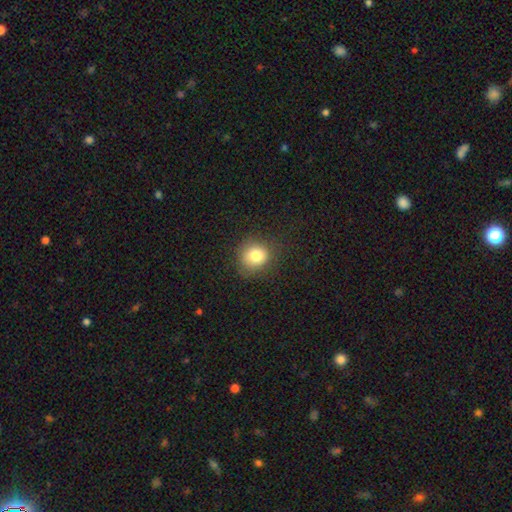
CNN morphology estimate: Smooth or featured?
  - smooth: 80% *
  - star or artifact: 12%
  - featured or disk: 8%
How rounded?
  - round: 86% *
  - in between: 13%
  - cigar-shaped: 1%
Merging?
  - none: 82% *
  - minor disturbance: 12%
  - major disturbance: 5%
  - merger: 1%